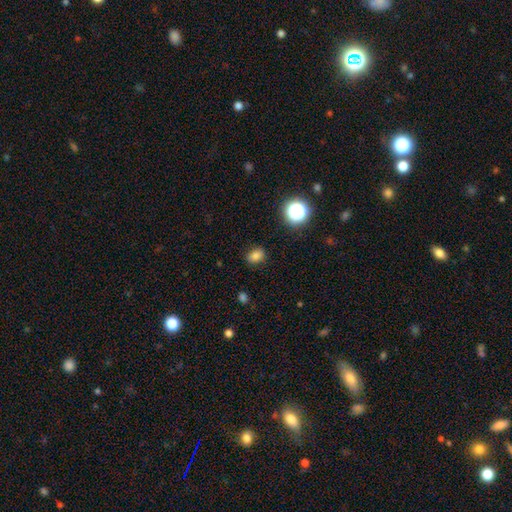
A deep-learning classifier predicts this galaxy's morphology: smooth-or-featured: smooth: 80% | star or artifact: 14% | featured or disk: 6%
  how-rounded: in between: 65% | round: 34% | cigar-shaped: 1%
  merging: none: 86% | minor disturbance: 10% | major disturbance: 3% | merger: 1%